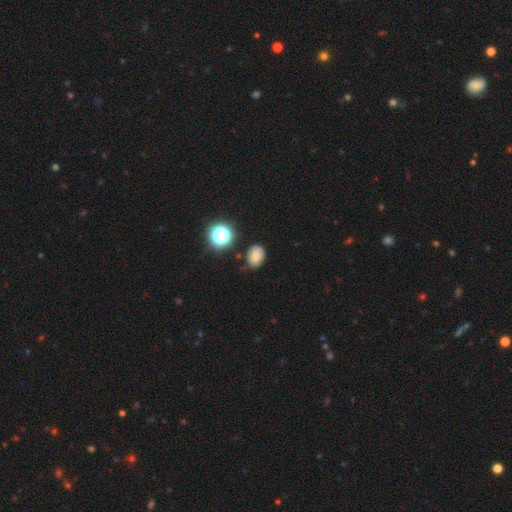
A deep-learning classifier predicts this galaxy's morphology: Smooth or featured? smooth (73%)
How rounded? in between (66%)
Merging? none (70%)